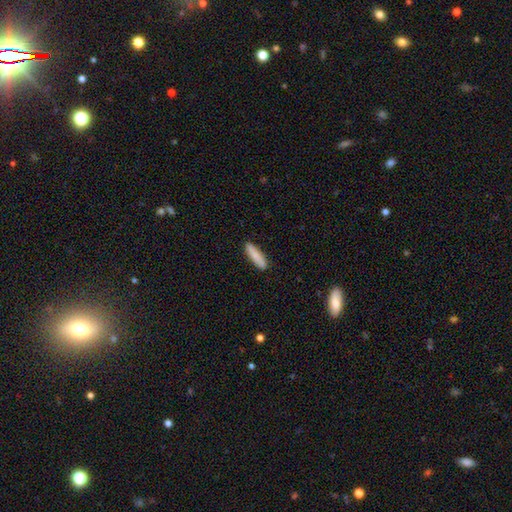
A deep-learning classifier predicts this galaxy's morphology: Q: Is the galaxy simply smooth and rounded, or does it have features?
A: smooth — 86%.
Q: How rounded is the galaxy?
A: cigar-shaped — 73%.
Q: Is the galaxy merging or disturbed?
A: none — 88%.